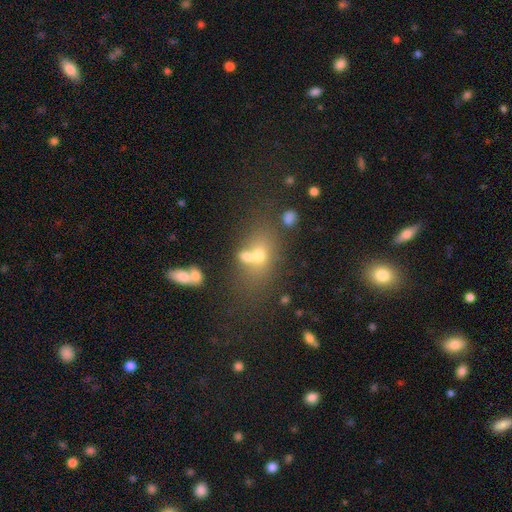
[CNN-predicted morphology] A smooth galaxy with no disk features (56%) that is in between round and cigar-shaped (59%).

Vote fractions:
- Smooth or featured? smooth: 56% / featured or disk: 25% / star or artifact: 19%
- How rounded? in between: 59% / round: 37% / cigar-shaped: 4%
- Merging? merger: 46% / none: 35% / minor disturbance: 11% / major disturbance: 8%